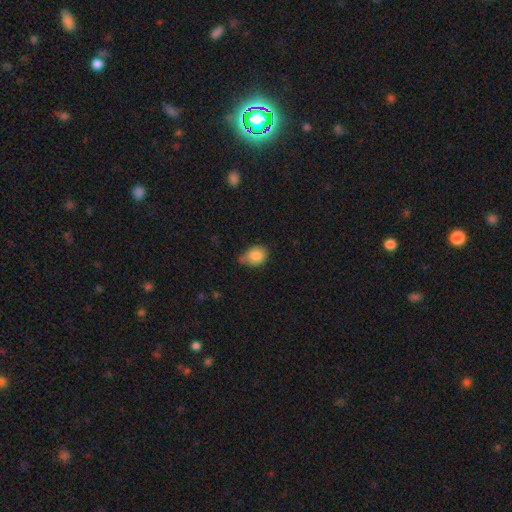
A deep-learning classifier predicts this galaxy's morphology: smooth 85%, star or artifact 8%, featured or disk 6%. Down the decision tree: how rounded — in between (53%); merging — none (56%).